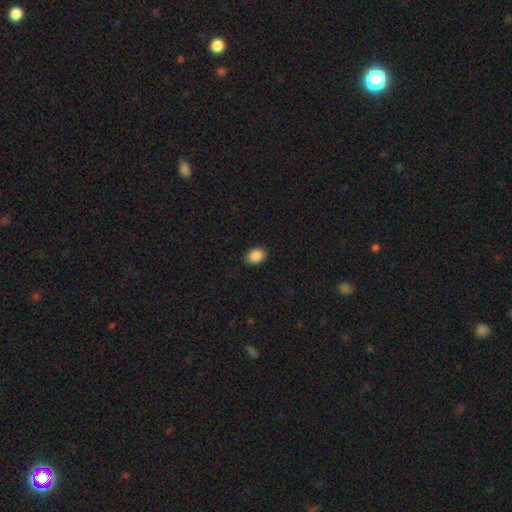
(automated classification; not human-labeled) Smooth or featured? smooth (89%)
How rounded? in between (76%)
Merging? none (89%)